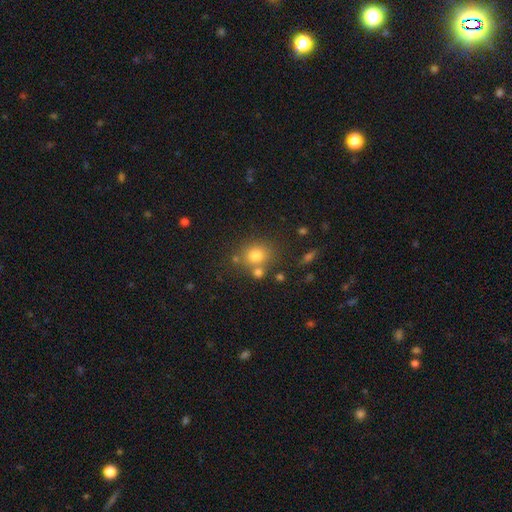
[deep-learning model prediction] Smooth or featured: smooth — 76% (star or artifact — 15%)
How rounded: round — 77% (in between — 22%)
Merging: none — 69% (merger — 16%)